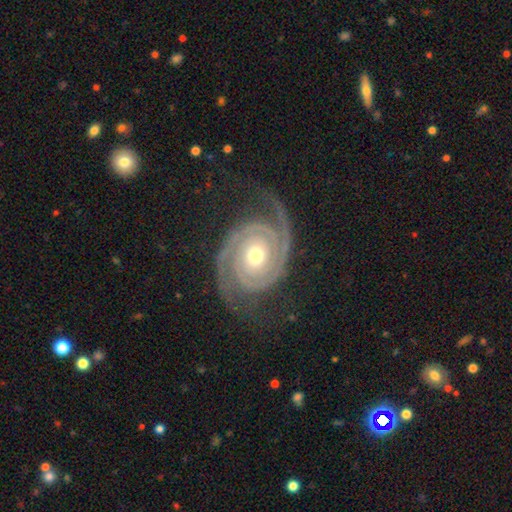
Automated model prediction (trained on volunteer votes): Smooth or featured?
  - featured or disk: 92% *
  - star or artifact: 4%
  - smooth: 3%
Edge-on disk?
  - no: 97% *
  - yes: 3%
Bar?
  - no: 77% *
  - weak: 15%
  - strong: 8%
Spiral arms?
  - yes: 98% *
  - no: 2%
Spiral winding?
  - tight: 70% *
  - medium: 24%
  - loose: 6%
Spiral arm count?
  - 2: 86% *
  - 3: 5%
  - can't tell: 3%
  - 1: 2%
  - 4: 2%
  - more than 4: 2%
Bulge size?
  - moderate: 69% *
  - small: 24%
  - large: 5%
  - dominant: 1%
  - none: 1%
Merging?
  - none: 77% *
  - minor disturbance: 14%
  - major disturbance: 8%
  - merger: 2%